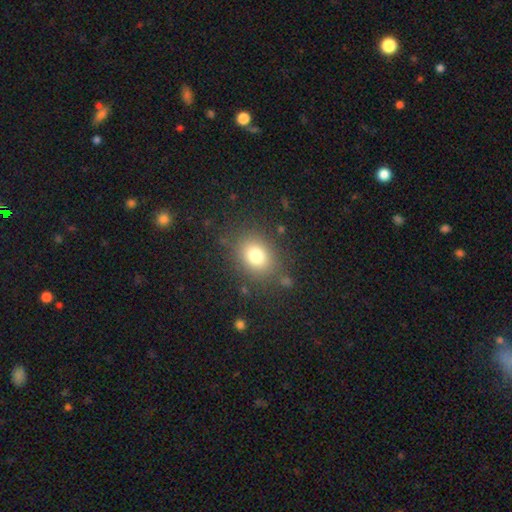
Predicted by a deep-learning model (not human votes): This is likely a smooth galaxy (78%). How rounded: possibly round (55%). Merging: clearly none (82%).